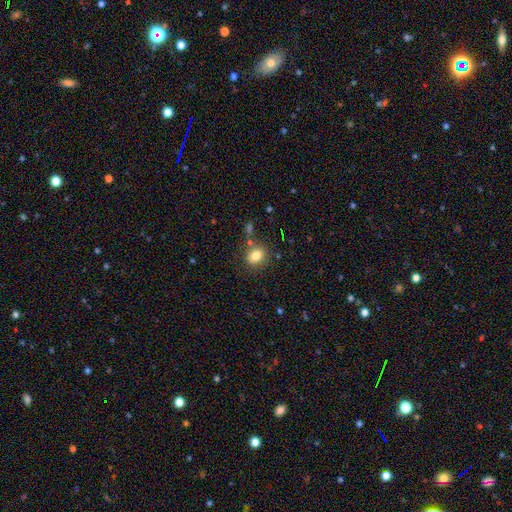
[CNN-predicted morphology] The model was most divided on "how rounded": round: 51%, in between: 48%, cigar-shaped: 1%. More confident: smooth or featured — smooth (81%); merging — none (77%).